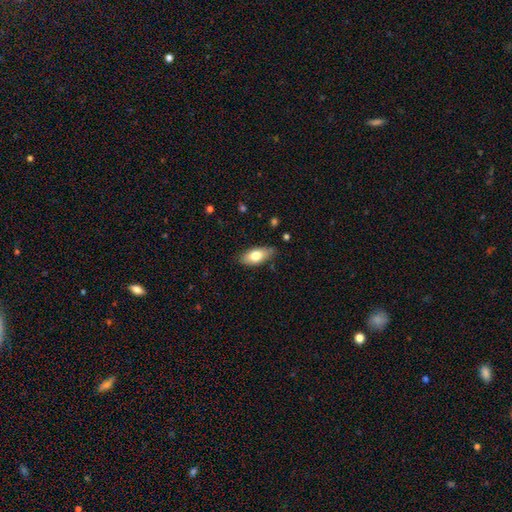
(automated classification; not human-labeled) Smooth or featured: smooth — 75% (featured or disk — 19%)
How rounded: in between — 87% (cigar-shaped — 10%)
Merging: none — 79% (minor disturbance — 16%)